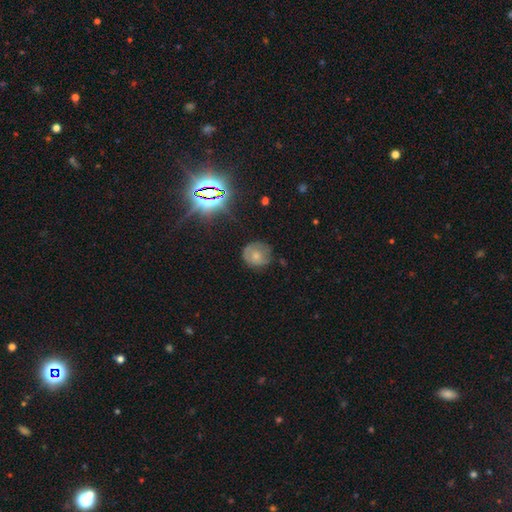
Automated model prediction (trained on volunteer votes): Smooth or featured: smooth — 60% (featured or disk — 26%)
How rounded: round — 82% (in between — 17%)
Merging: none — 66% (minor disturbance — 24%)